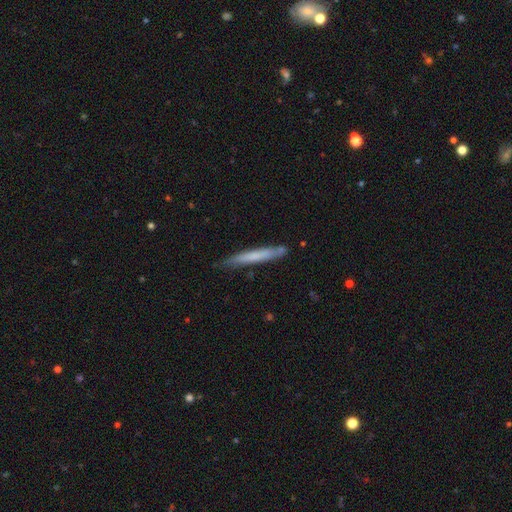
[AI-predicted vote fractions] This is likely a smooth galaxy (61%). How rounded: clearly cigar-shaped (96%). Merging: likely none (79%).